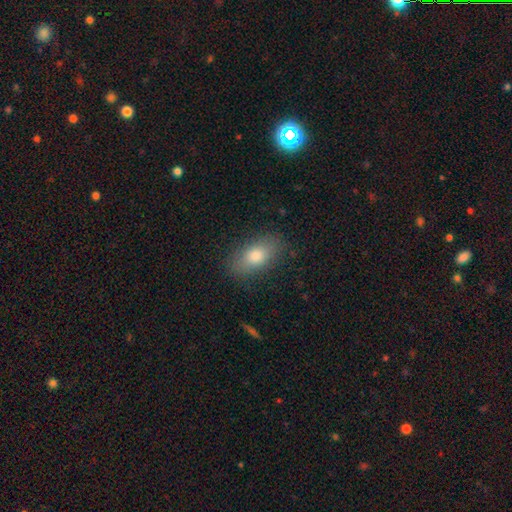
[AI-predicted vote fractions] Smooth or featured?
  - smooth: 78% *
  - featured or disk: 14%
  - star or artifact: 8%
How rounded?
  - in between: 87% *
  - round: 7%
  - cigar-shaped: 6%
Merging?
  - none: 84% *
  - minor disturbance: 12%
  - major disturbance: 3%
  - merger: 1%